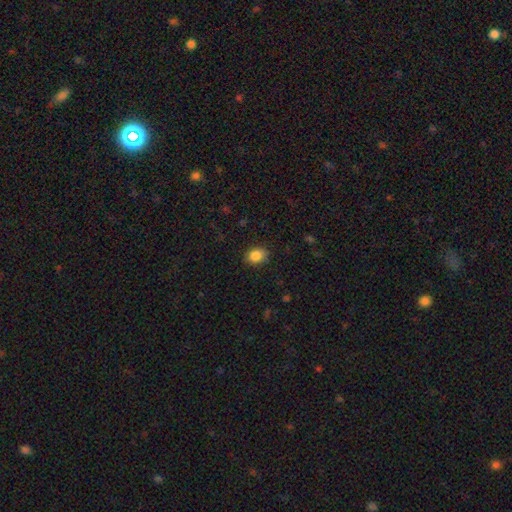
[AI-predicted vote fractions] Overall: smooth (87%). How rounded: in between (70%). Merging: none (86%).